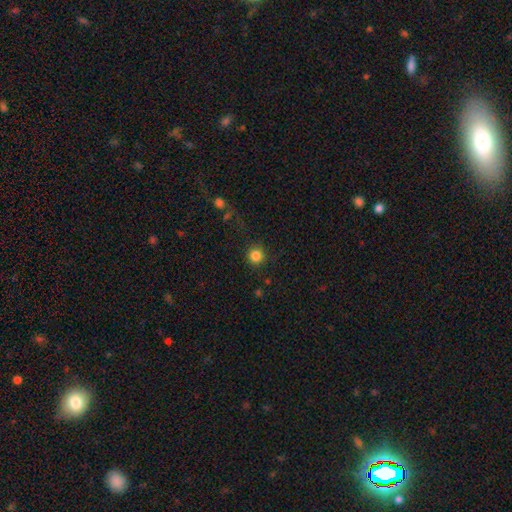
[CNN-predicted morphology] Smooth or featured?
  - smooth: 84% *
  - star or artifact: 12%
  - featured or disk: 4%
How rounded?
  - round: 95% *
  - in between: 4%
  - cigar-shaped: 1%
Merging?
  - none: 88% *
  - minor disturbance: 7%
  - major disturbance: 3%
  - merger: 2%